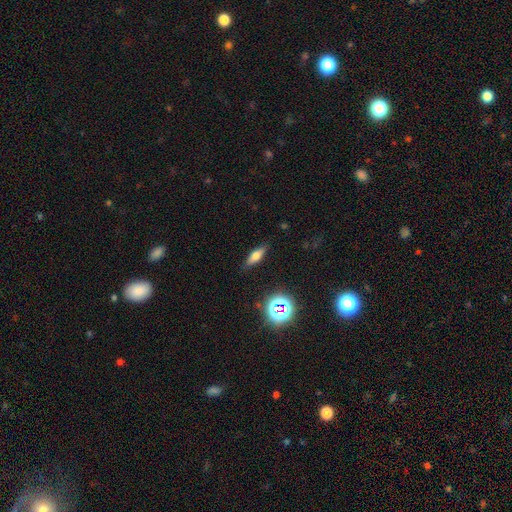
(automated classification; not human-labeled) Smooth or featured? Predicted: smooth (p=0.55). How rounded? Predicted: in between (p=0.51). Merging? Predicted: none (p=0.86).